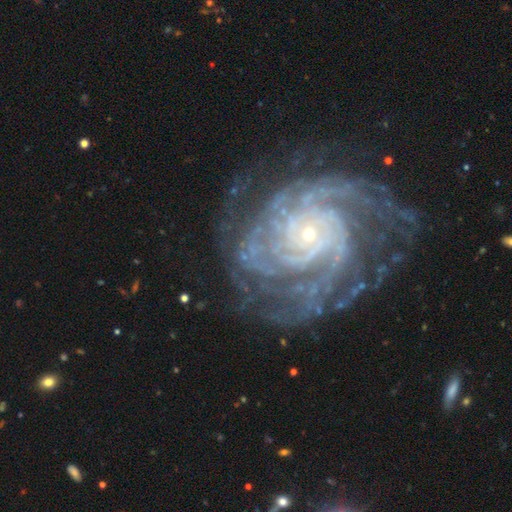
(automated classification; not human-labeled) Smooth or featured? Predicted: featured or disk (p=0.91). Edge-on disk? Predicted: no (p=0.98). Bar? Predicted: no (p=0.75). Spiral arms? Predicted: yes (p=0.98). Spiral winding? Predicted: tight (p=0.74). Spiral arm count? Predicted: more than 4 (p=0.23). Bulge size? Predicted: small (p=0.85). Merging? Predicted: none (p=0.70).